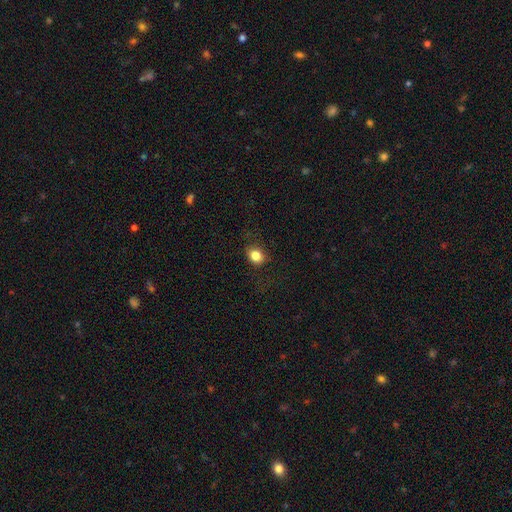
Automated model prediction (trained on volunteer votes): This appears to be a smooth galaxy with no disk features (84%) that is round (59%). Merging: none (81%).